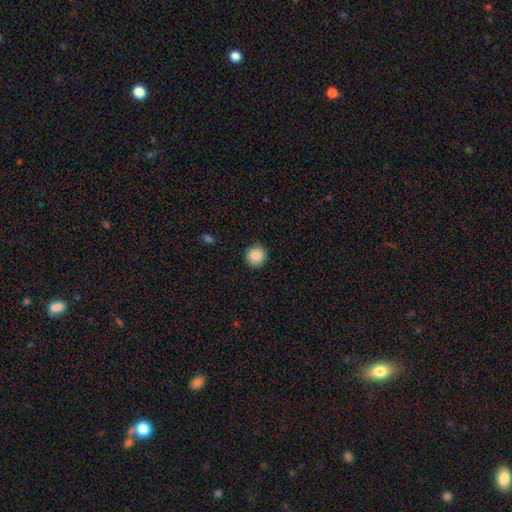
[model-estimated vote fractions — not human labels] The model was most divided on "smooth or featured": smooth: 88%, star or artifact: 8%, featured or disk: 4%. More confident: how rounded — round (91%); merging — none (89%).